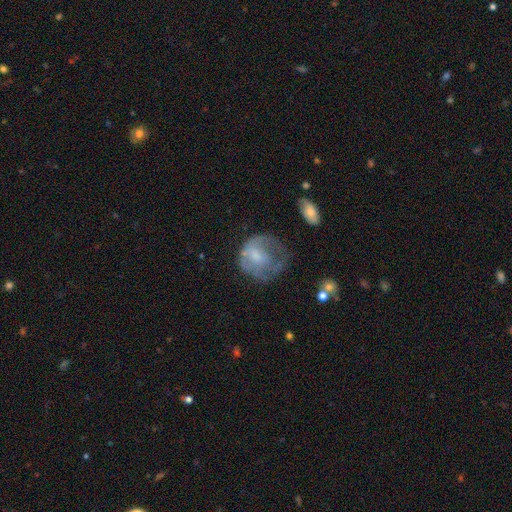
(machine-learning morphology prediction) smooth-or-featured: smooth: 47% | featured or disk: 44% | star or artifact: 9%
  merging: major disturbance: 39% | none: 34% | minor disturbance: 24% | merger: 3%